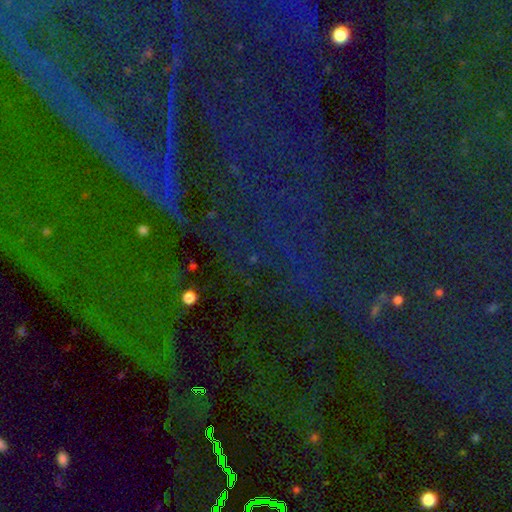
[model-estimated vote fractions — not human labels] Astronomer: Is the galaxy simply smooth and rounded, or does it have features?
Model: star or artifact — 82%.